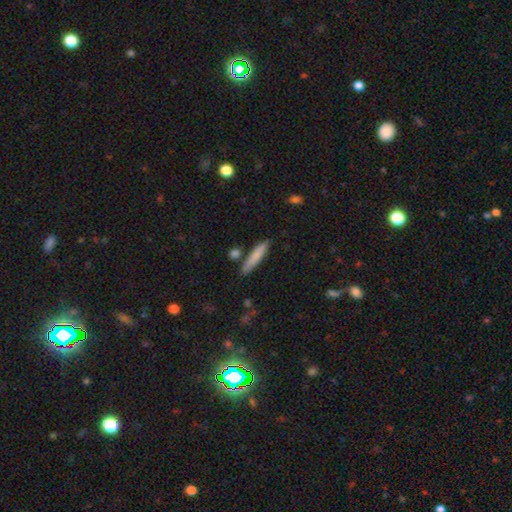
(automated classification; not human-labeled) A smooth galaxy with no disk features (79%) that is cigar-shaped (89%). Merging: none (80%).